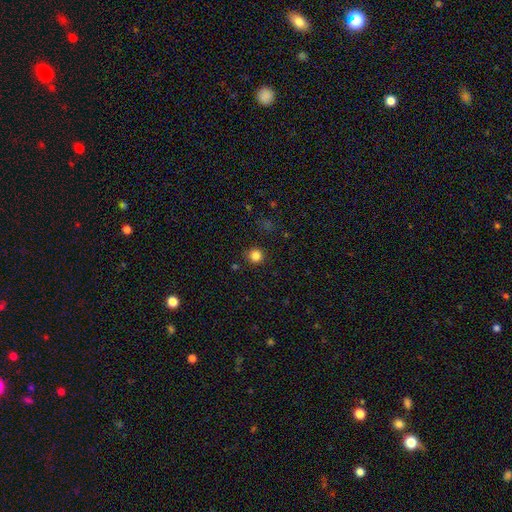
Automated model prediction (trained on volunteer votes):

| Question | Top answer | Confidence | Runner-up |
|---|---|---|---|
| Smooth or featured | smooth | 83% | star or artifact (13%) |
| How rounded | round | 93% | in between (6%) |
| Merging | none | 89% | minor disturbance (7%) |